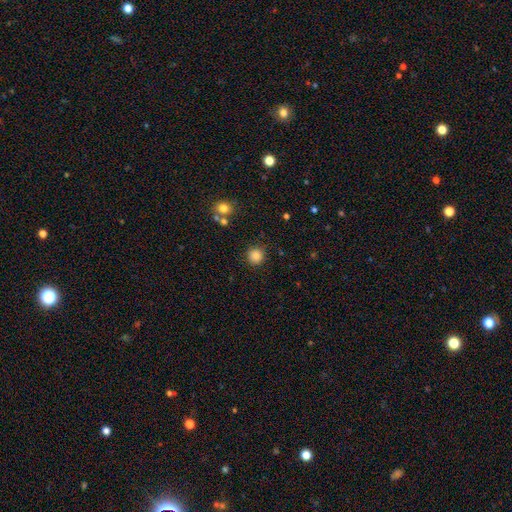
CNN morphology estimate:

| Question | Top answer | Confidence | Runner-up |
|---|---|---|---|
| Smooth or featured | smooth | 85% | star or artifact (11%) |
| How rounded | round | 93% | in between (6%) |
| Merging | none | 88% | minor disturbance (7%) |